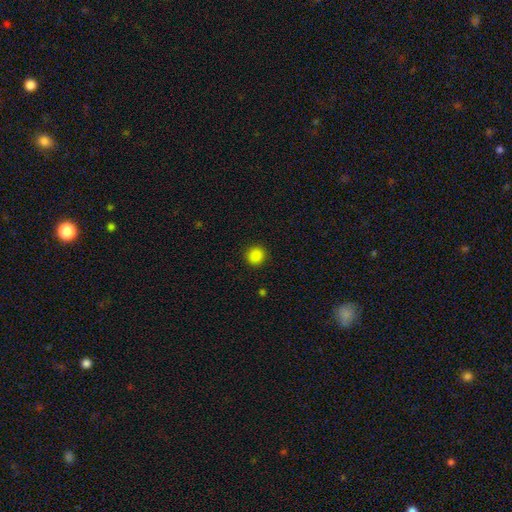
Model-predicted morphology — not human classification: The model was most divided on "smooth or featured": smooth: 86%, star or artifact: 11%, featured or disk: 3%. More confident: how rounded — round (92%); merging — none (91%).